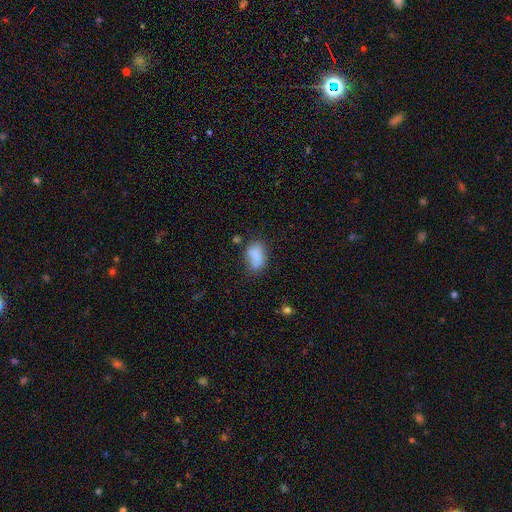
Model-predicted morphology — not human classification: smooth 81%, featured or disk 10%, star or artifact 9%. Down the decision tree: how rounded — in between (88%); merging — none (51%).